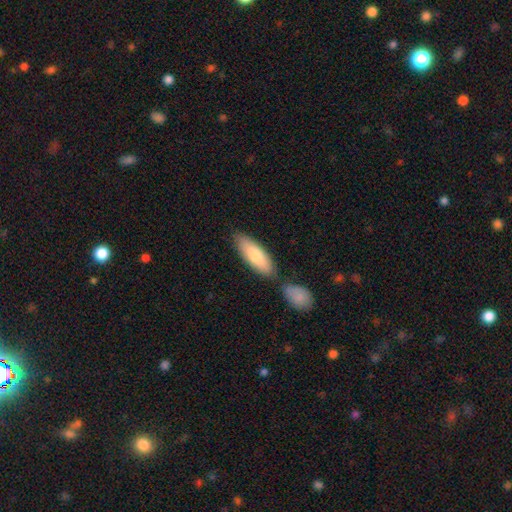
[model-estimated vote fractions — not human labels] Smooth or featured? smooth (78%)
How rounded? in between (62%)
Merging? none (66%)